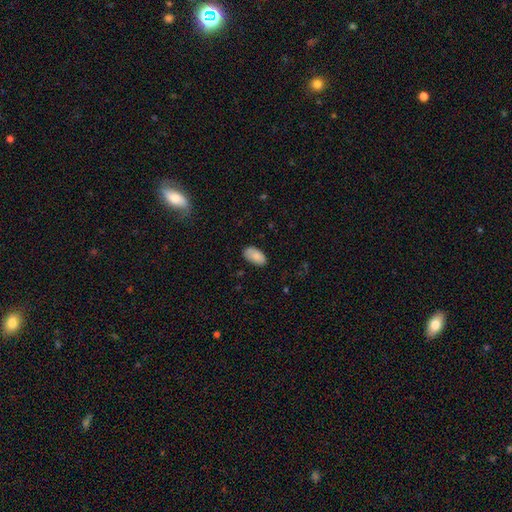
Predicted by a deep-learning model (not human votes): Smooth or featured?
  - smooth: 85% *
  - featured or disk: 8%
  - star or artifact: 7%
How rounded?
  - in between: 95% *
  - round: 3%
  - cigar-shaped: 2%
Merging?
  - none: 80% *
  - minor disturbance: 15%
  - major disturbance: 3%
  - merger: 1%